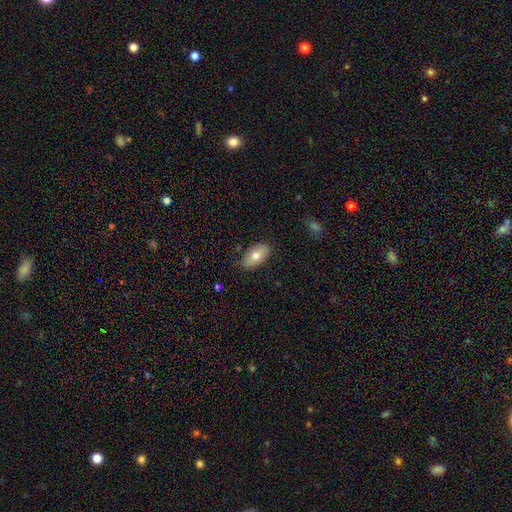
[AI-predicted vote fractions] Morphology: type=smooth (73%); roundness=in between (92%); merging=none (85%).